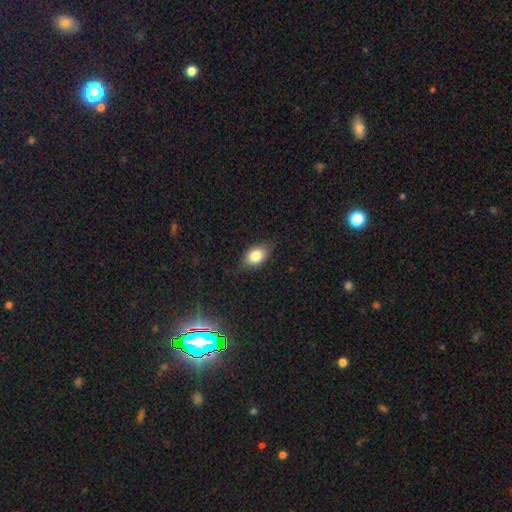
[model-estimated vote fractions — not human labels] Smooth or featured? smooth (80%)
How rounded? in between (81%)
Merging? none (80%)